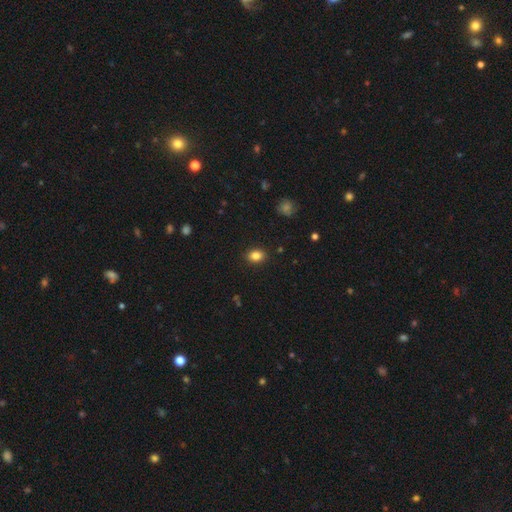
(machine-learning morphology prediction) Smooth or featured: smooth — 84% (star or artifact — 10%)
How rounded: in between — 68% (round — 31%)
Merging: none — 89% (minor disturbance — 8%)